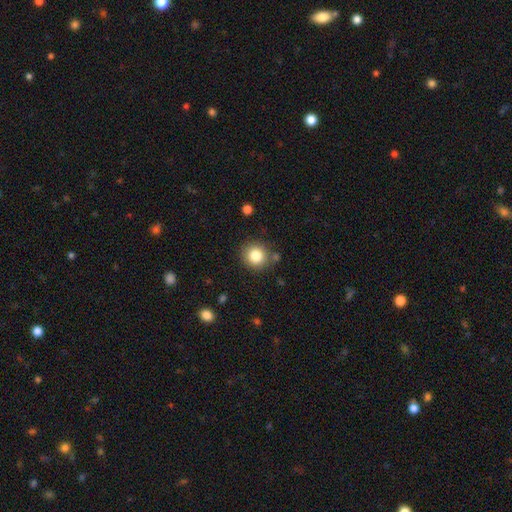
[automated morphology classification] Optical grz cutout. It shows a smooth galaxy with no disk features (83%) that is round (89%). Merging: none (83%).